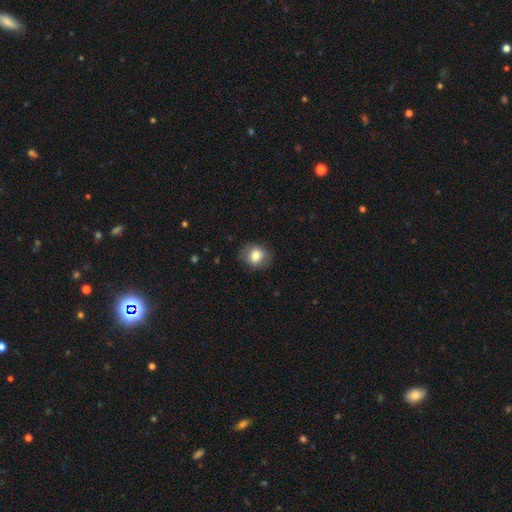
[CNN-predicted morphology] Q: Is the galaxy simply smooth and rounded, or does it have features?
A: smooth — 79%.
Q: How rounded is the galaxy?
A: round — 62%.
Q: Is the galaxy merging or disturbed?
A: none — 82%.